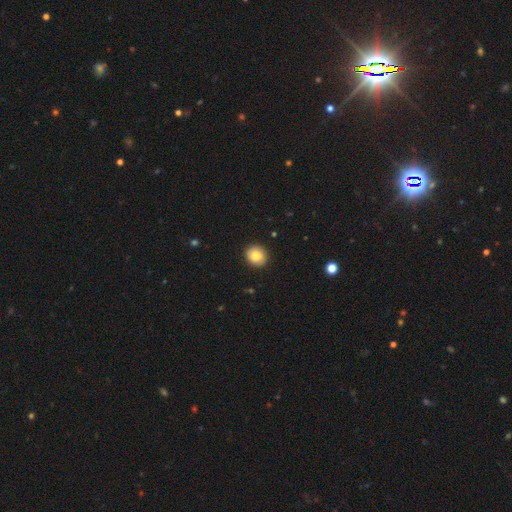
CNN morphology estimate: A smooth galaxy with no disk features (83%) that is round (86%).

Vote fractions:
- Smooth or featured? smooth: 83% / star or artifact: 8% / featured or disk: 8%
- How rounded? round: 86% / in between: 13% / cigar-shaped: 1%
- Merging? none: 91% / minor disturbance: 7% / major disturbance: 2% / merger: 1%